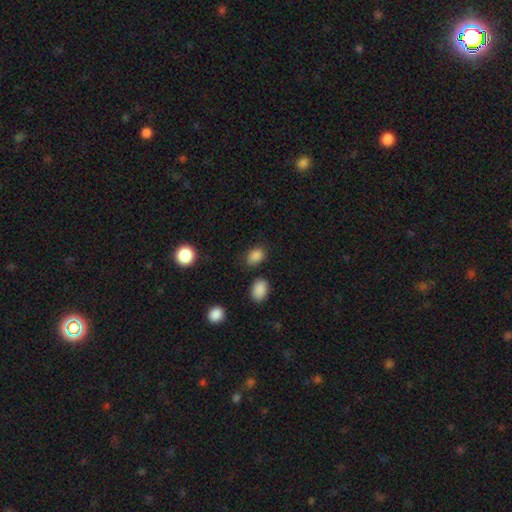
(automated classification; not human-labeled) Smooth or featured: smooth — 85% (star or artifact — 11%)
How rounded: in between — 72% (round — 26%)
Merging: none — 76% (minor disturbance — 14%)